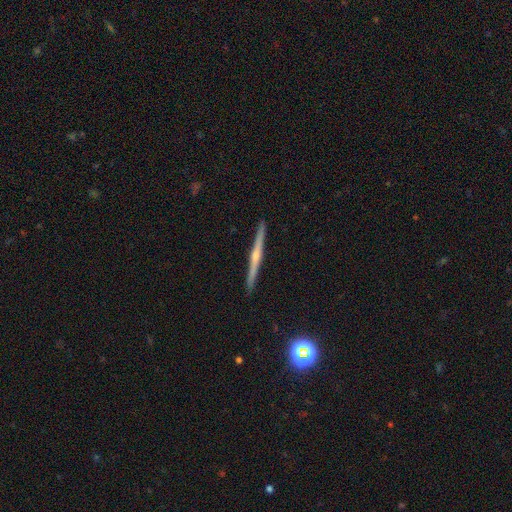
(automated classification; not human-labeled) Q: Smooth or featured?
A: featured or disk (74%); runner-up: smooth (18%)
Q: Edge-on disk?
A: yes (98%); runner-up: no (2%)
Q: Edge-on bulge?
A: rounded (73%); runner-up: none (20%)
Q: Merging?
A: none (92%); runner-up: minor disturbance (6%)